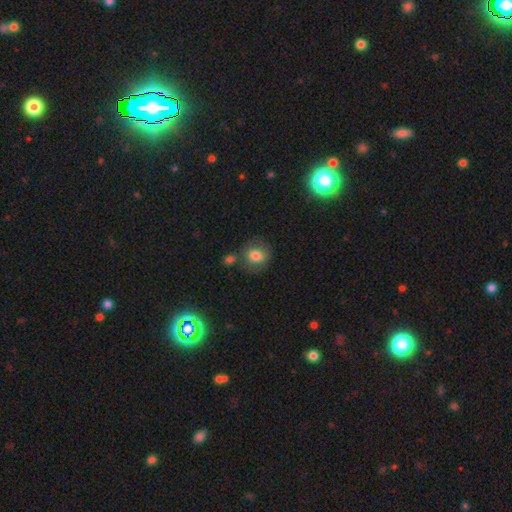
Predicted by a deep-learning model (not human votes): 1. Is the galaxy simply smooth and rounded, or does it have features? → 78% smooth, 13% featured or disk, 9% star or artifact.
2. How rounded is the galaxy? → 68% round, 30% in between, 1% cigar-shaped.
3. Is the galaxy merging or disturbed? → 66% none, 15% minor disturbance, 13% merger, 6% major disturbance.